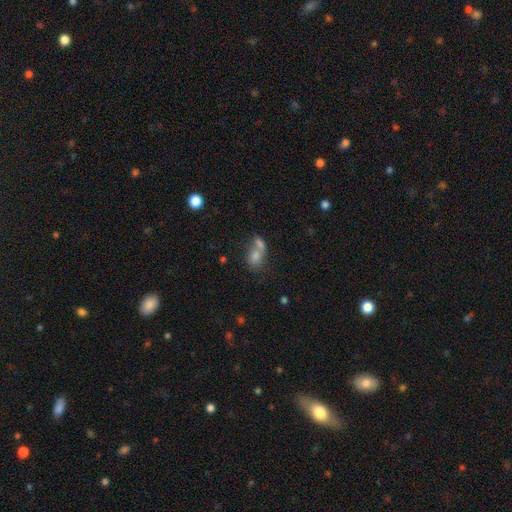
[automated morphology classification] This appears to be a smooth galaxy with no disk features (74%) that is in between round and cigar-shaped (62%). Merging: merger (60%).